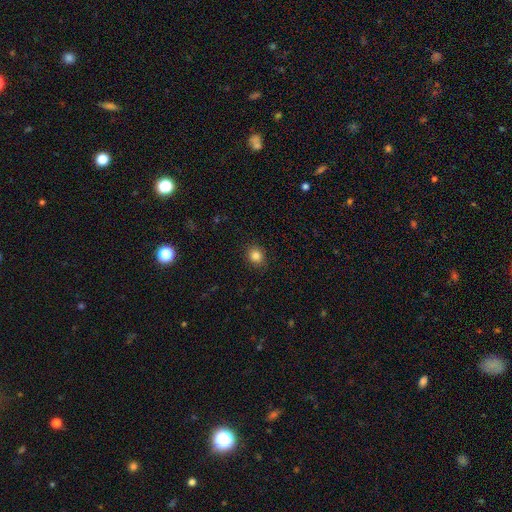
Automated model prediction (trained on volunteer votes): Smooth or featured? smooth (85%)
How rounded? round (69%)
Merging? none (89%)